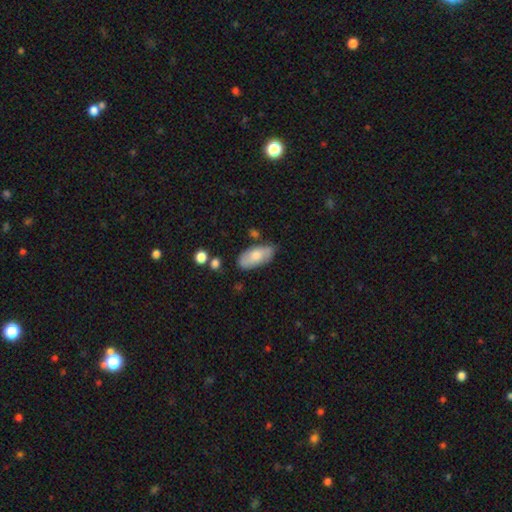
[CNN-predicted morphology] smooth-or-featured: smooth: 69% | featured or disk: 25% | star or artifact: 6%
  how-rounded: in between: 90% | cigar-shaped: 7% | round: 3%
  merging: none: 68% | minor disturbance: 23% | major disturbance: 5% | merger: 4%